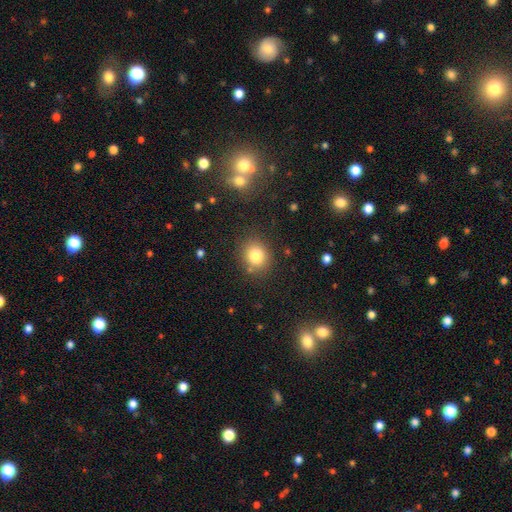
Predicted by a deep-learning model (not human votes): A smooth galaxy with no disk features (81%) that is round (76%).

Vote fractions:
- Smooth or featured? smooth: 81% / star or artifact: 12% / featured or disk: 8%
- How rounded? round: 76% / in between: 23% / cigar-shaped: 1%
- Merging? none: 82% / minor disturbance: 10% / merger: 4% / major disturbance: 3%